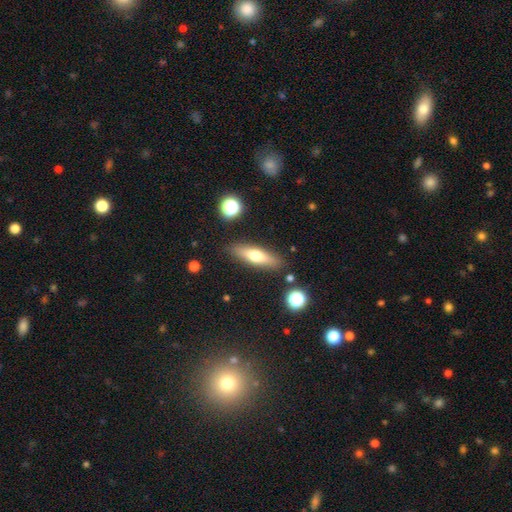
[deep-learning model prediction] Smooth or featured: smooth — 60% (featured or disk — 32%)
How rounded: cigar-shaped — 62% (in between — 36%)
Merging: none — 86% (minor disturbance — 9%)